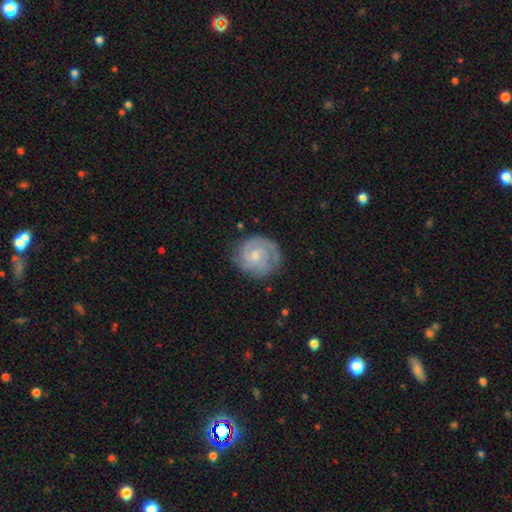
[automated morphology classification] smooth_or_featured: featured or disk (p=0.79) [alt: smooth p=0.16]
disk_edge_on: no (p=0.98) [alt: yes p=0.02]
bar: no (p=0.57) [alt: weak p=0.39]
has_spiral_arms: yes (p=0.95) [alt: no p=0.05]
spiral_winding: tight (p=0.63) [alt: medium p=0.31]
spiral_arm_count: 2 (p=0.43) [alt: 3 p=0.24]
bulge_size: small (p=0.57) [alt: moderate p=0.35]
merging: none (p=0.78) [alt: minor disturbance p=0.16]